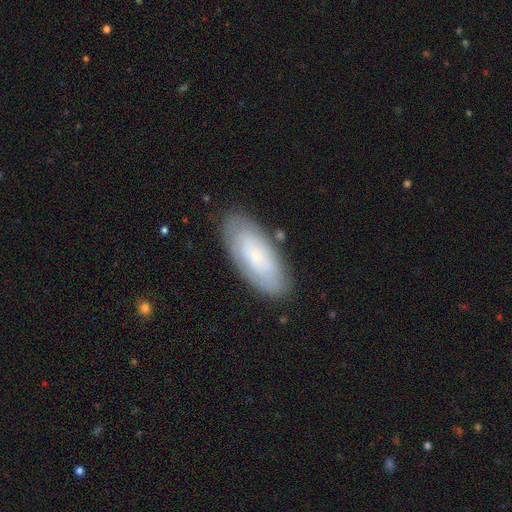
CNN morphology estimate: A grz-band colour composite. It shows a smooth galaxy with no disk features (50%). Merging: none (80%).